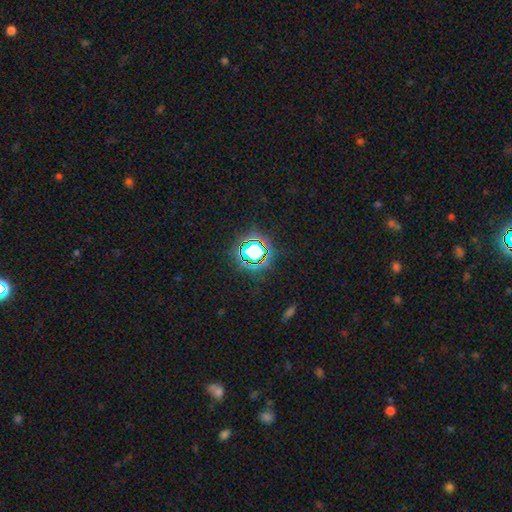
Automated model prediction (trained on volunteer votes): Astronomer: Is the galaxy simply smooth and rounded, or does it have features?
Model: star or artifact — 79%.